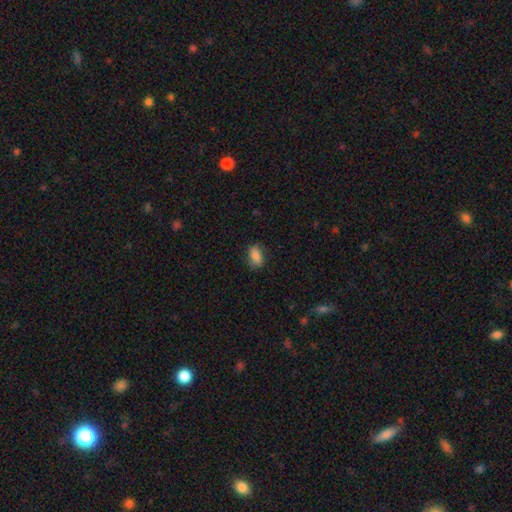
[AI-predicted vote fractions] smooth_or_featured: smooth (p=0.81) [alt: featured or disk p=0.11]
how_rounded: in between (p=0.87) [alt: round p=0.10]
merging: none (p=0.76) [alt: minor disturbance p=0.18]